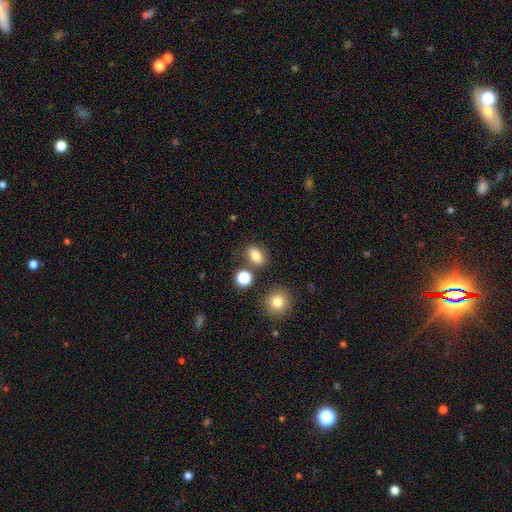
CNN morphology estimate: Smooth or featured? smooth (80%)
How rounded? in between (73%)
Merging? none (75%)